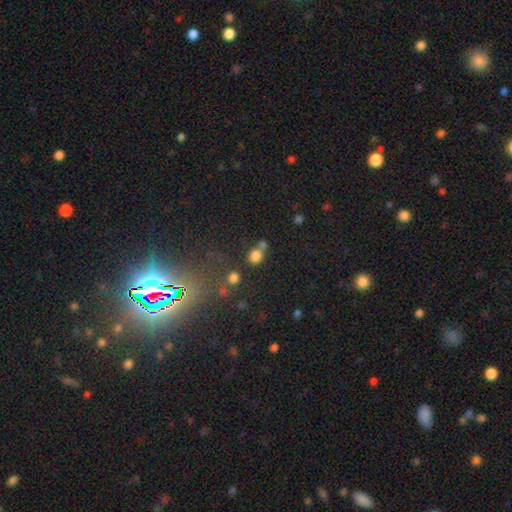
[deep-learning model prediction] Q: Smooth or featured?
A: smooth (78%); runner-up: star or artifact (15%)
Q: How rounded?
A: round (74%); runner-up: in between (25%)
Q: Merging?
A: none (54%); runner-up: merger (30%)